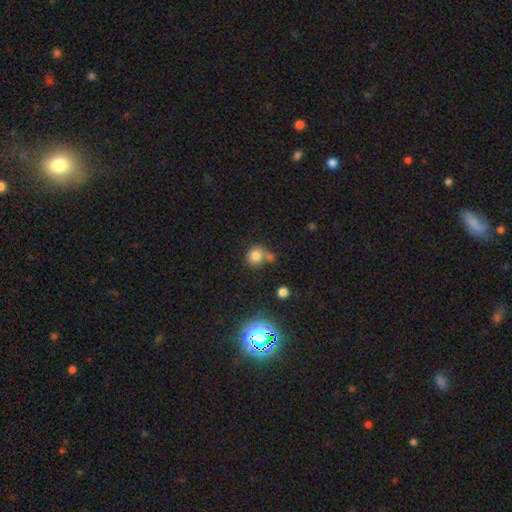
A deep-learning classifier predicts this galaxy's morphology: Smooth or featured? Predicted: smooth (p=0.78). How rounded? Predicted: round (p=0.79). Merging? Predicted: none (p=0.50).